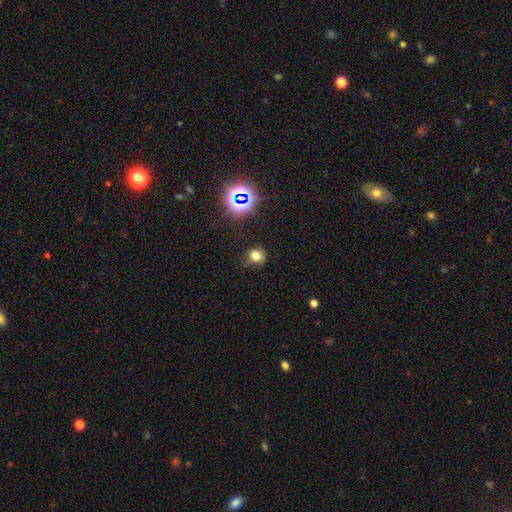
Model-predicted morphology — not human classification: Smooth or featured? Predicted: smooth (p=0.72). How rounded? Predicted: round (p=0.71). Merging? Predicted: none (p=0.69).